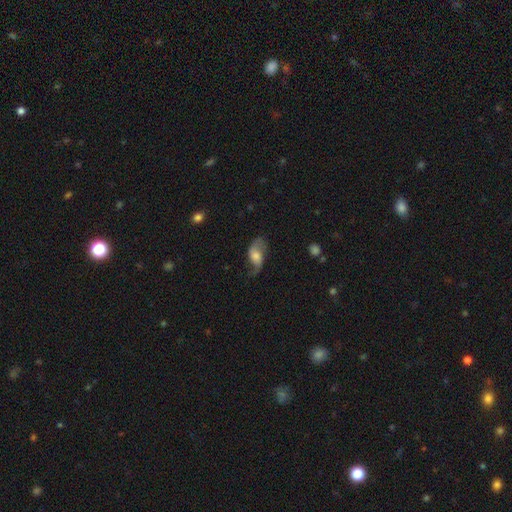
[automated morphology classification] This is likely a featured or disk galaxy (63%). It is clearly not viewed edge-on (94%). Bar: possibly no (53%). Spiral arm pattern: clearly yes (89%). Spiral arm count: clearly 2 (85%). Spiral winding: likely loose (73%). Central bulge: possibly moderate (46%). Merging: possibly none (57%).